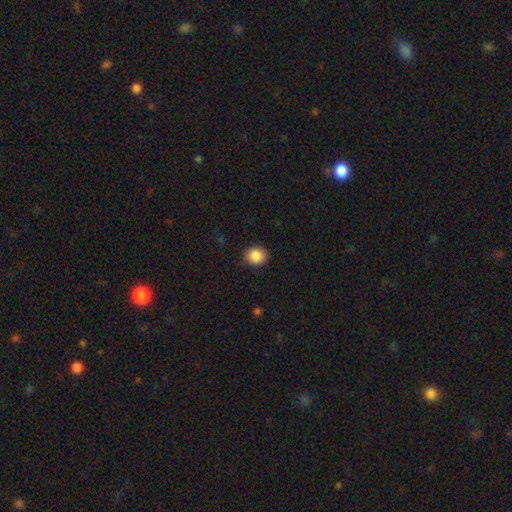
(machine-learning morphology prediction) smooth-or-featured: smooth: 87% | star or artifact: 9% | featured or disk: 4%
  how-rounded: round: 80% | in between: 19% | cigar-shaped: 1%
  merging: none: 88% | minor disturbance: 9% | major disturbance: 2% | merger: 1%